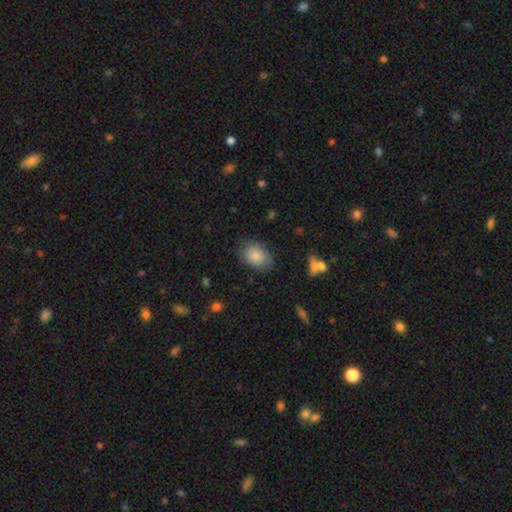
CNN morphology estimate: type=smooth (86%); roundness=in between (81%); merging=none (82%).